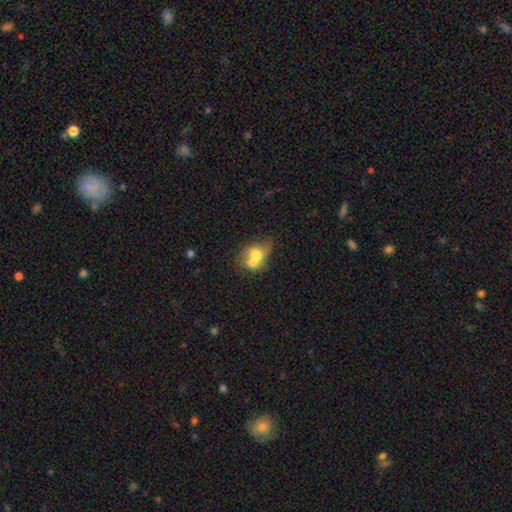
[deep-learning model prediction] Overall: smooth (63%; featured or disk 28%). How rounded: round (50%; in between 49%). Merging: merger (67%).